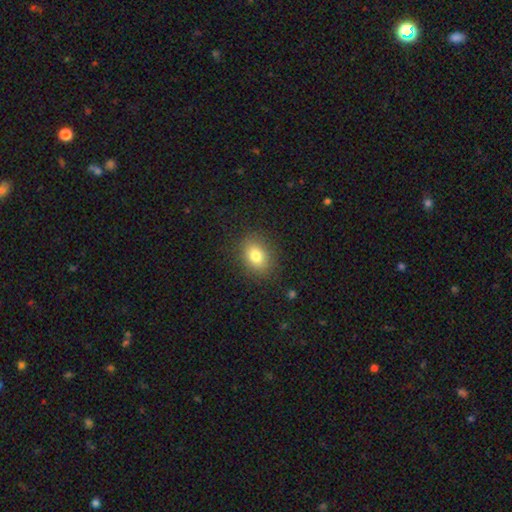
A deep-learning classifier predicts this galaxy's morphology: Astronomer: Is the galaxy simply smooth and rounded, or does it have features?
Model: smooth — 81%.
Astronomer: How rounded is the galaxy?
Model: in between — 65%.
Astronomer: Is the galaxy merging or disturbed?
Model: none — 86%.